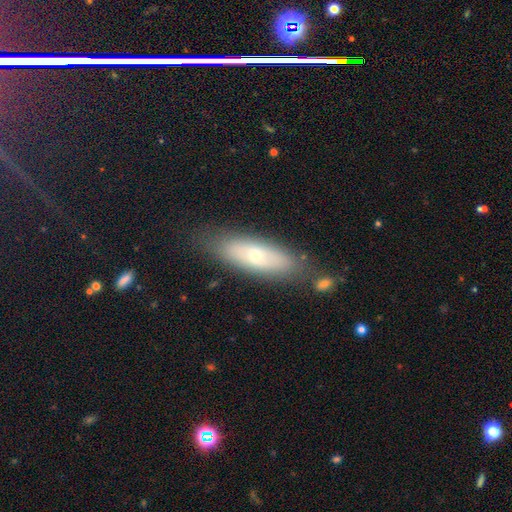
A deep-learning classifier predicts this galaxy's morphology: Overall: smooth (55%; featured or disk 37%). How rounded: in between (54%; cigar-shaped 43%). Merging: none (78%).